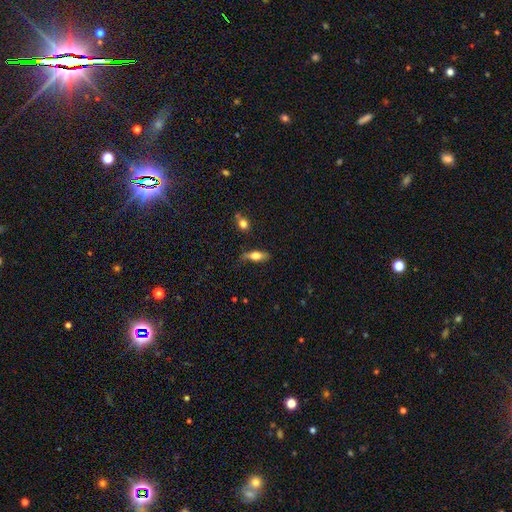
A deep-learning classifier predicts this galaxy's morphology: smooth-or-featured: smooth: 71% | featured or disk: 22% | star or artifact: 8%
  how-rounded: in between: 68% | cigar-shaped: 27% | round: 4%
  merging: none: 59% | minor disturbance: 28% | major disturbance: 9% | merger: 3%